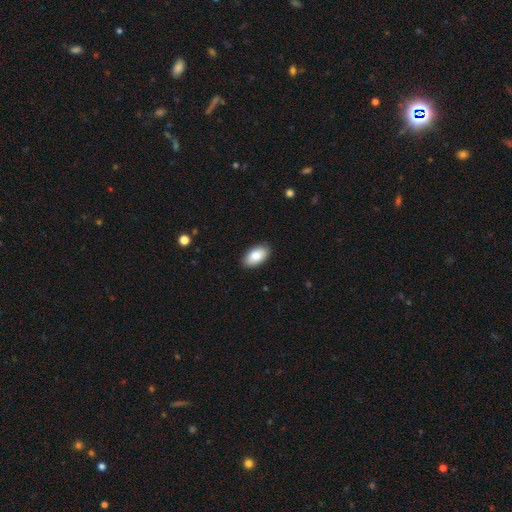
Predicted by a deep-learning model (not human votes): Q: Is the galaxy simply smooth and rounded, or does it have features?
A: smooth — 83%.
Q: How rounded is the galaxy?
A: in between — 94%.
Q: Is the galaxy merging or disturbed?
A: none — 88%.